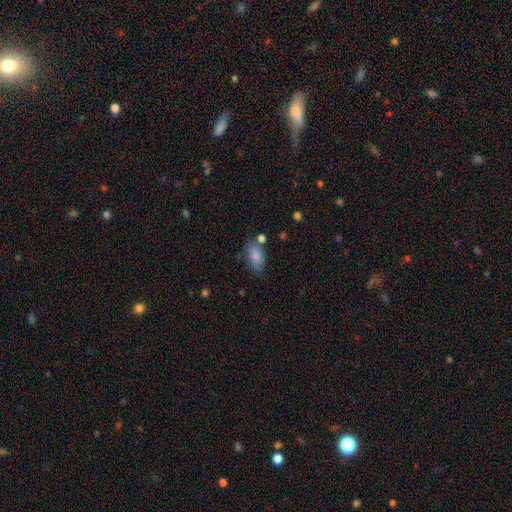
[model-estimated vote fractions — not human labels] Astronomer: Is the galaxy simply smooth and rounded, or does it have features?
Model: smooth — 84%.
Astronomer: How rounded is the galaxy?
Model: in between — 91%.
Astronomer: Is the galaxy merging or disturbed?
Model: none — 66%.